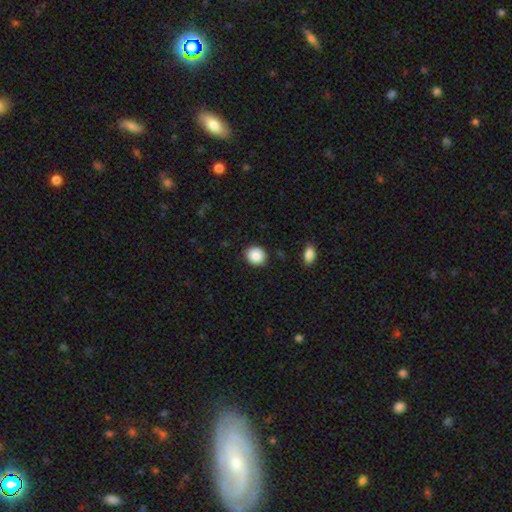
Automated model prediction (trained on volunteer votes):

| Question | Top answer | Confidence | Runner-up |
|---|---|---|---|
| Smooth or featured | smooth | 88% | star or artifact (8%) |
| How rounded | round | 83% | in between (16%) |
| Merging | none | 89% | minor disturbance (7%) |